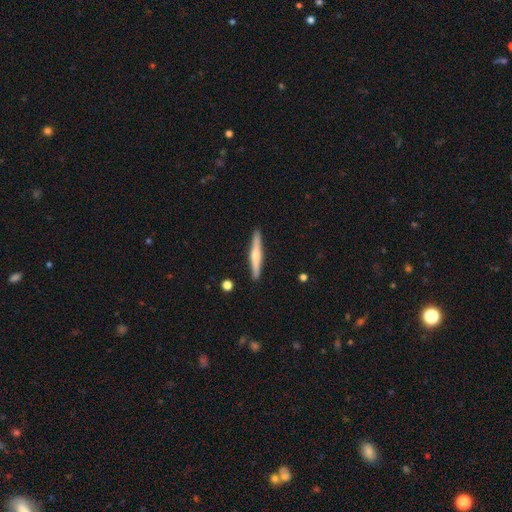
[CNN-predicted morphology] Smooth or featured?
  - featured or disk: 52% *
  - smooth: 42%
  - star or artifact: 5%
Edge-on disk?
  - yes: 97% *
  - no: 3%
Edge-on bulge?
  - rounded: 77% *
  - none: 15%
  - boxy: 8%
Merging?
  - none: 90% *
  - minor disturbance: 7%
  - merger: 1%
  - major disturbance: 1%